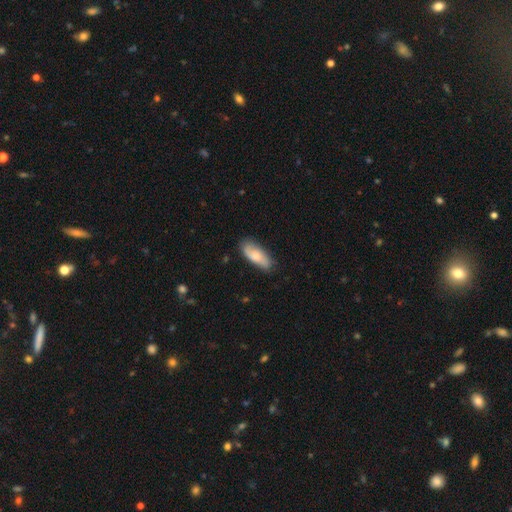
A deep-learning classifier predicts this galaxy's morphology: smooth_or_featured: smooth (p=0.68) [alt: featured or disk p=0.26]
how_rounded: in between (p=0.79) [alt: cigar-shaped p=0.19]
merging: none (p=0.75) [alt: minor disturbance p=0.20]